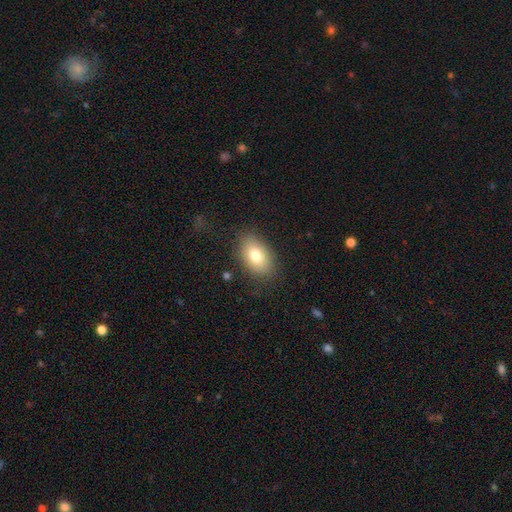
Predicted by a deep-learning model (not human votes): A smooth galaxy with no disk features (79%) that is in between round and cigar-shaped (88%).

Vote fractions:
- Smooth or featured? smooth: 79% / featured or disk: 13% / star or artifact: 8%
- How rounded? in between: 88% / round: 10% / cigar-shaped: 1%
- Merging? none: 82% / minor disturbance: 12% / major disturbance: 4% / merger: 1%